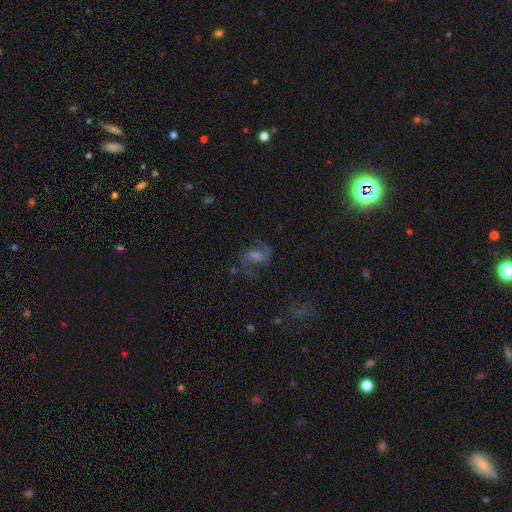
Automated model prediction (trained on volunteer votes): smooth_or_featured: featured or disk (p=0.80) [alt: star or artifact p=0.11]
disk_edge_on: no (p=0.97) [alt: yes p=0.03]
bar: weak (p=0.53) [alt: no p=0.25]
has_spiral_arms: yes (p=0.96) [alt: no p=0.04]
spiral_winding: medium (p=0.49) [alt: loose p=0.42]
spiral_arm_count: 2 (p=0.92) [alt: can't tell p=0.03]
bulge_size: moderate (p=0.41) [alt: small p=0.30]
merging: none (p=0.73) [alt: minor disturbance p=0.14]